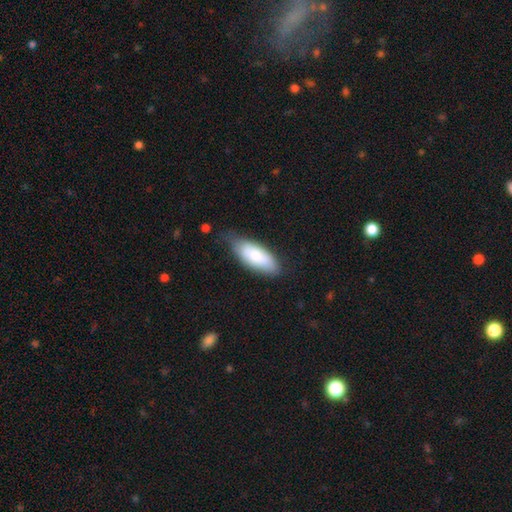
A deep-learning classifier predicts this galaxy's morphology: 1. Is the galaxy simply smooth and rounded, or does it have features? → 79% smooth, 15% featured or disk, 6% star or artifact.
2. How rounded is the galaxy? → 81% in between, 17% cigar-shaped, 2% round.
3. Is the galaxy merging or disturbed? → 62% none, 29% minor disturbance, 7% major disturbance, 2% merger.